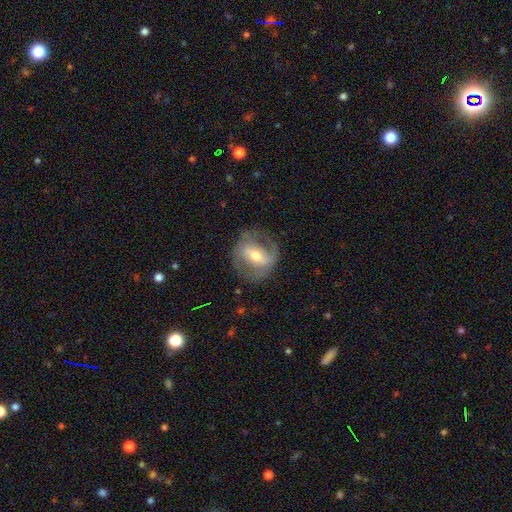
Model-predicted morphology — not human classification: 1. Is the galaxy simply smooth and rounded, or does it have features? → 70% featured or disk, 24% smooth, 6% star or artifact.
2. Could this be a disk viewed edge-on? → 95% no, 5% yes.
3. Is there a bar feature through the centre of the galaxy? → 42% weak, 38% strong, 21% no.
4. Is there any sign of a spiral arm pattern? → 76% yes, 24% no.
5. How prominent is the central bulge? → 67% moderate, 24% small, 7% large, 1% none, 1% dominant.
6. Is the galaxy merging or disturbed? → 69% none, 18% minor disturbance, 12% major disturbance, 1% merger.